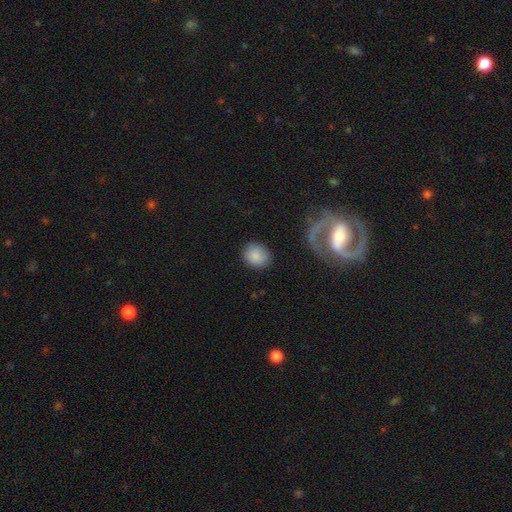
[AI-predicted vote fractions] Smooth or featured?
  - smooth: 84% *
  - star or artifact: 8%
  - featured or disk: 8%
How rounded?
  - round: 64% *
  - in between: 35%
  - cigar-shaped: 1%
Merging?
  - none: 82% *
  - minor disturbance: 13%
  - major disturbance: 4%
  - merger: 2%